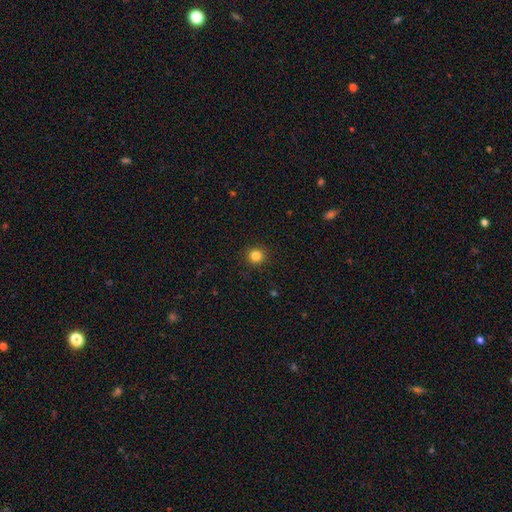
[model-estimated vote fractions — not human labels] smooth 84%, star or artifact 12%, featured or disk 4%. Down the decision tree: how rounded — round (93%); merging — none (92%).